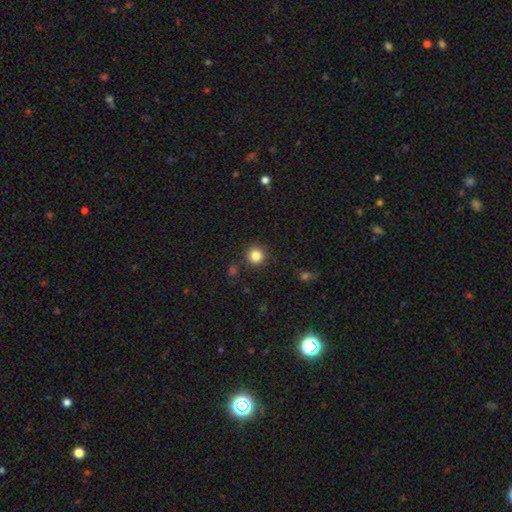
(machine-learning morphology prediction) The model was most divided on "smooth or featured": smooth: 84%, star or artifact: 11%, featured or disk: 5%. More confident: how rounded — round (94%); merging — none (89%).